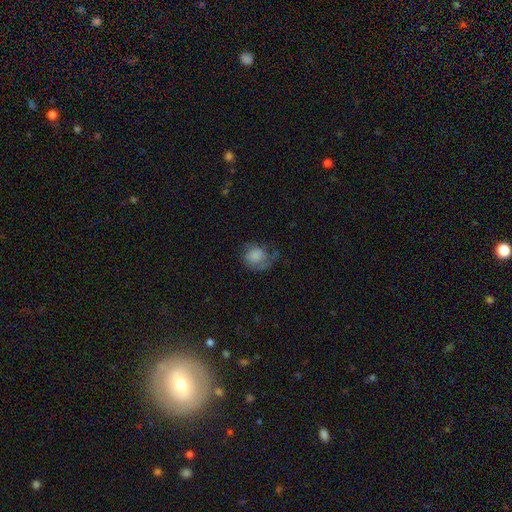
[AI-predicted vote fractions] Overall: smooth (58%; featured or disk 32%). How rounded: round (61%; in between 38%). Merging: none (40%; major disturbance 30%).